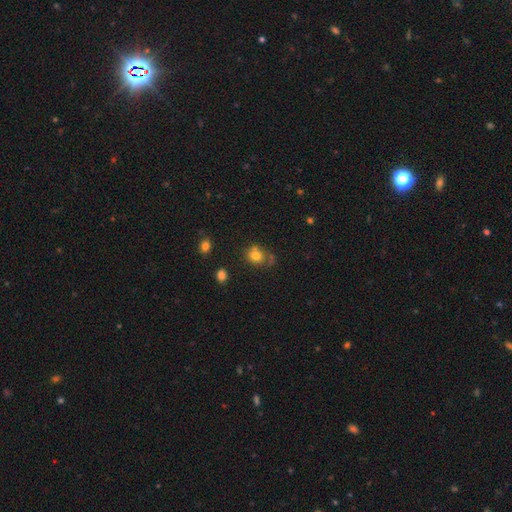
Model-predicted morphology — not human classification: Q: Smooth or featured?
A: smooth (78%); runner-up: star or artifact (12%)
Q: How rounded?
A: round (59%); runner-up: in between (40%)
Q: Merging?
A: none (57%); runner-up: minor disturbance (22%)